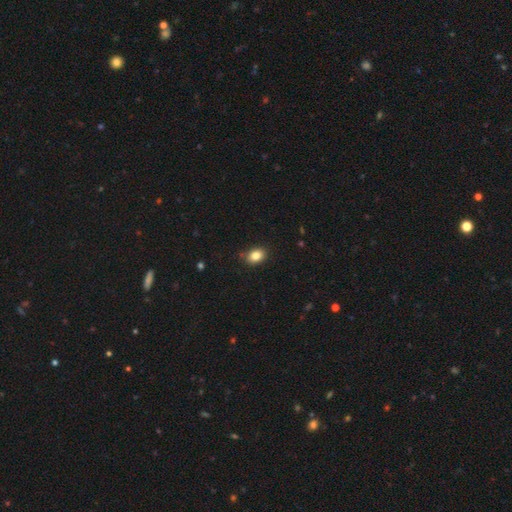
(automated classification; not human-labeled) Smooth or featured? Predicted: smooth (p=0.84). How rounded? Predicted: in between (p=0.73). Merging? Predicted: none (p=0.84).